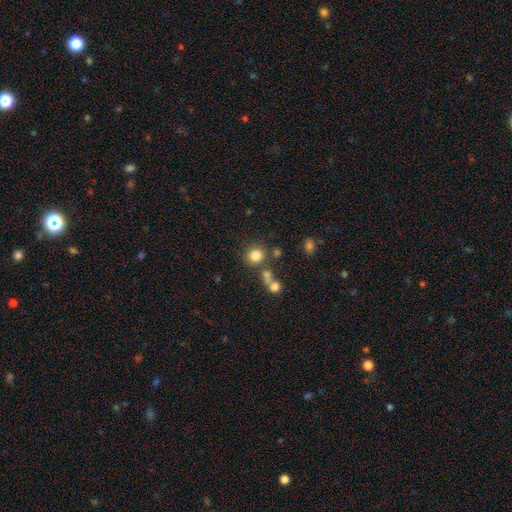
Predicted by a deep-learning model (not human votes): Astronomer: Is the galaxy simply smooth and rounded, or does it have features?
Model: smooth — 80%.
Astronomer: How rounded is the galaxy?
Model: round — 86%.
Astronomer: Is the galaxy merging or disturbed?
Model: none — 74%.